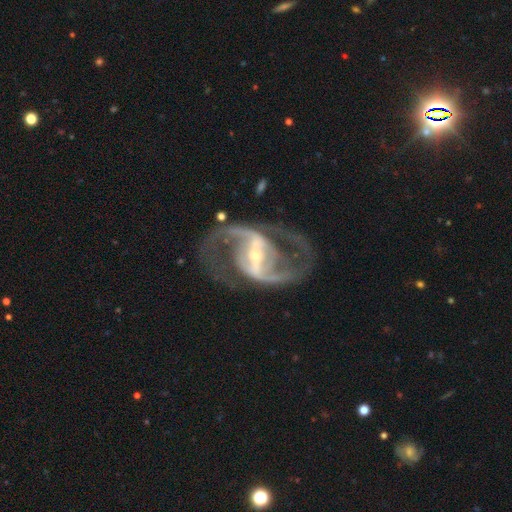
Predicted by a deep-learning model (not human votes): smooth-or-featured: featured or disk: 92% | star or artifact: 5% | smooth: 3%
  disk-edge-on: no: 96% | yes: 4%
    bar: strong: 72% | weak: 22% | no: 6%
    has-spiral-arms: yes: 96% | no: 4%
      spiral-winding: medium: 58% | loose: 28% | tight: 13%
      spiral-arm-count: 2: 93% | can't tell: 2% | 3: 2% | 1: 1% | 4: 1% | more than 4: 1%
    bulge-size: small: 60% | moderate: 32% | large: 4% | none: 3% | dominant: 1%
  merging: none: 74% | major disturbance: 12% | minor disturbance: 12% | merger: 2%